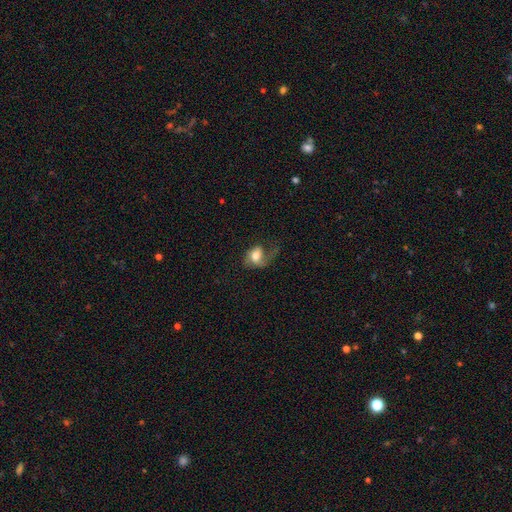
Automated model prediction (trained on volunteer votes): smooth_or_featured: smooth (p=0.53) [alt: featured or disk p=0.39]
how_rounded: in between (p=0.63) [alt: round p=0.35]
merging: major disturbance (p=0.48) [alt: none p=0.29]